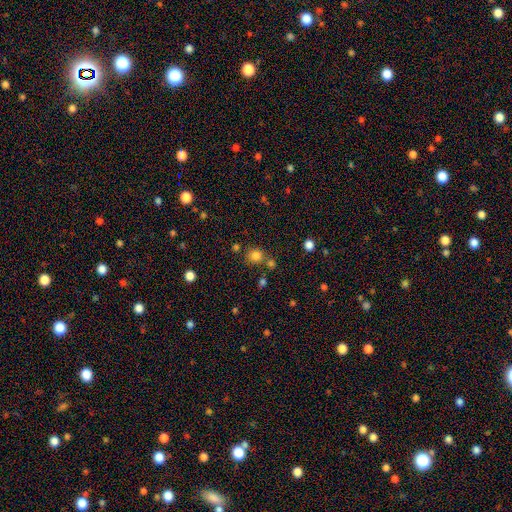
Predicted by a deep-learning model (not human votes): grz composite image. It shows a smooth galaxy with no disk features (79%) that is round (84%). Merging: none (70%).